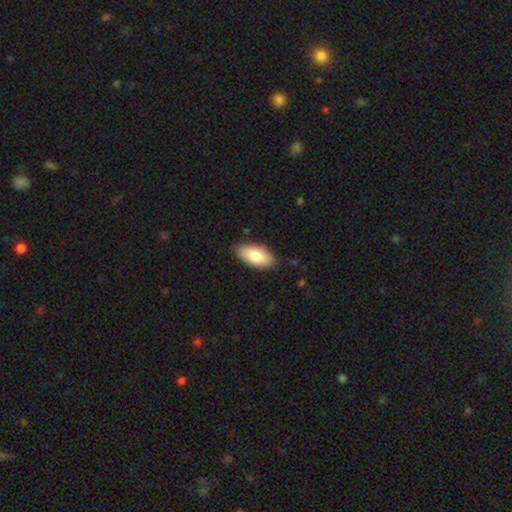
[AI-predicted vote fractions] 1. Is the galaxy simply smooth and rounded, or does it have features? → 83% smooth, 11% featured or disk, 6% star or artifact.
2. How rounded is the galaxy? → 91% in between, 7% cigar-shaped, 2% round.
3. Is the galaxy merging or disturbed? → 85% none, 12% minor disturbance, 2% major disturbance, 1% merger.